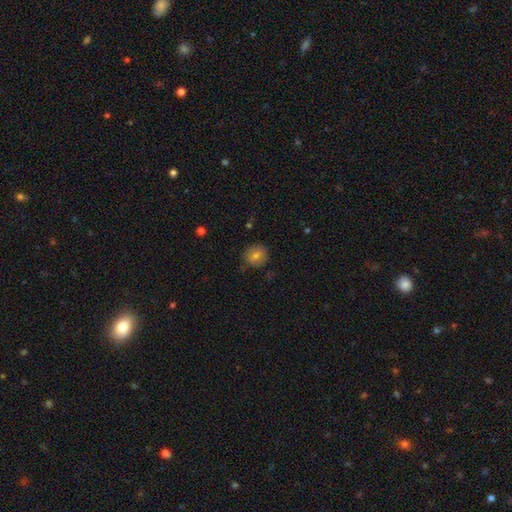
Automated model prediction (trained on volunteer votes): A smooth galaxy with no disk features (70%) that is round (81%).

Vote fractions:
- Smooth or featured? smooth: 70% / featured or disk: 16% / star or artifact: 13%
- How rounded? round: 81% / in between: 18% / cigar-shaped: 1%
- Merging? none: 79% / minor disturbance: 16% / major disturbance: 4% / merger: 2%